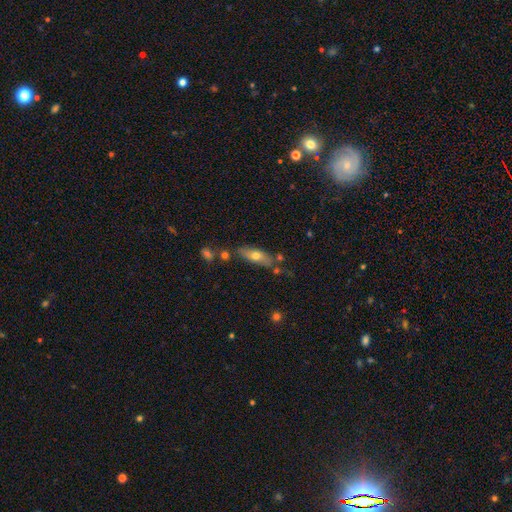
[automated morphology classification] smooth-or-featured: smooth: 61% | featured or disk: 32% | star or artifact: 7%
  how-rounded: in between: 58% | cigar-shaped: 38% | round: 3%
  merging: none: 70% | minor disturbance: 17% | merger: 9% | major disturbance: 4%